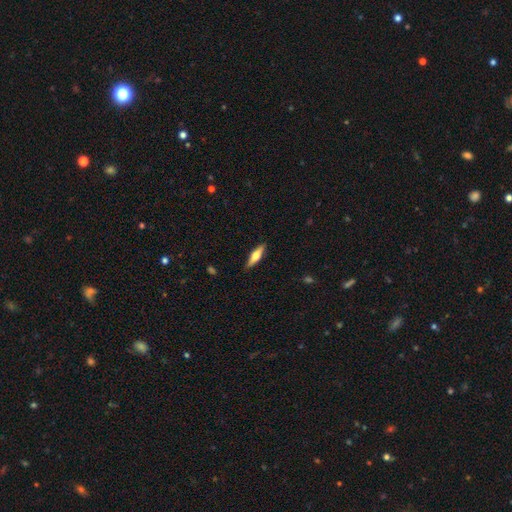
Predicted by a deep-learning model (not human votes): smooth_or_featured: smooth (p=0.48) [alt: featured or disk p=0.46]
merging: none (p=0.88) [alt: minor disturbance p=0.09]